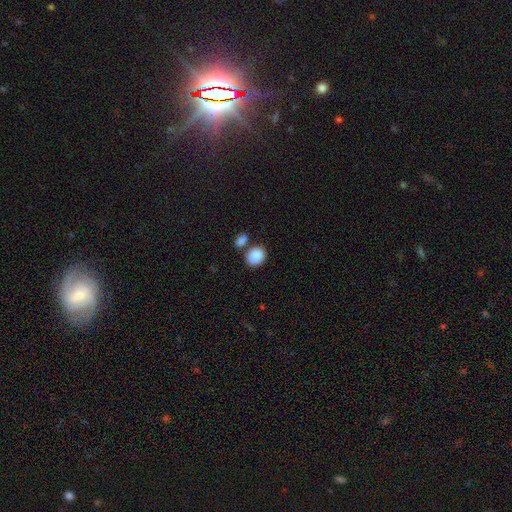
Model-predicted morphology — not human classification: Smooth or featured?
  - smooth: 89% *
  - star or artifact: 8%
  - featured or disk: 4%
How rounded?
  - in between: 54% *
  - round: 45%
  - cigar-shaped: 1%
Merging?
  - none: 64% *
  - merger: 20%
  - minor disturbance: 12%
  - major disturbance: 4%